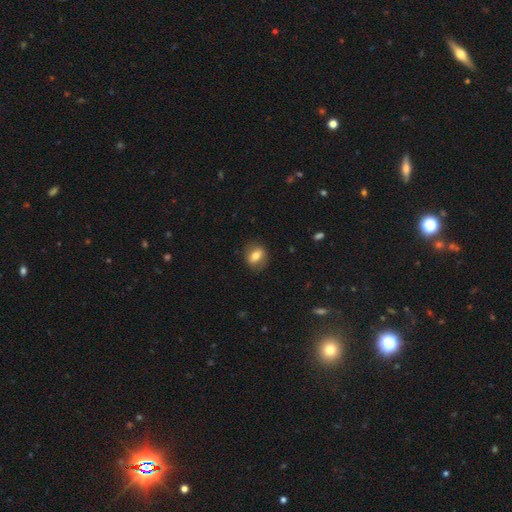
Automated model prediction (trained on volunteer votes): smooth 69%, featured or disk 22%, star or artifact 8%. Down the decision tree: how rounded — in between (58%); merging — none (83%).